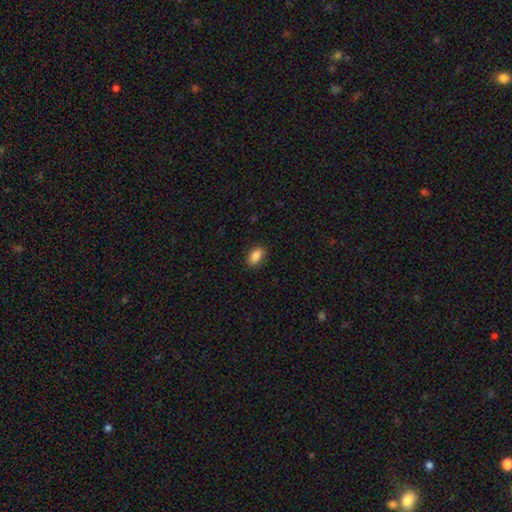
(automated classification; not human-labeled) Overall: smooth (87%). How rounded: in between (90%). Merging: none (88%).